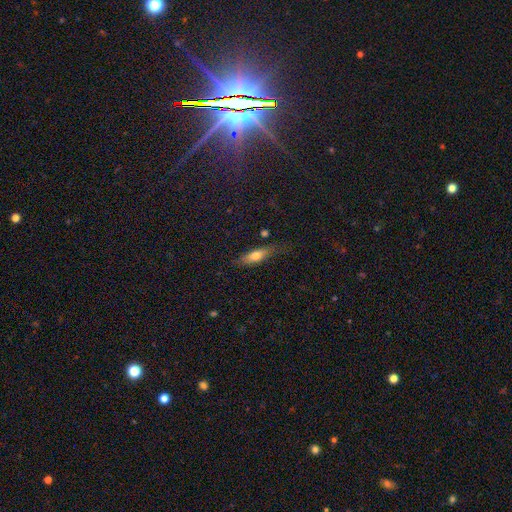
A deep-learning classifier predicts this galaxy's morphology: smooth-or-featured: smooth: 68% | featured or disk: 24% | star or artifact: 8%
  how-rounded: in between: 52% | cigar-shaped: 45% | round: 3%
  merging: none: 67% | minor disturbance: 23% | major disturbance: 7% | merger: 3%